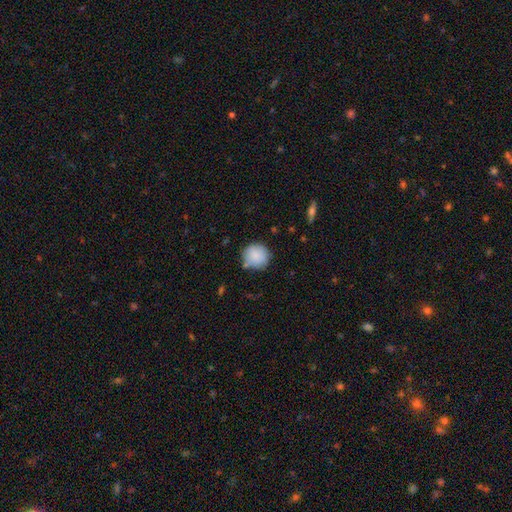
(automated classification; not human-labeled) smooth_or_featured: smooth (p=0.86) [alt: star or artifact p=0.07]
how_rounded: round (p=0.91) [alt: in between p=0.08]
merging: none (p=0.75) [alt: minor disturbance p=0.17]